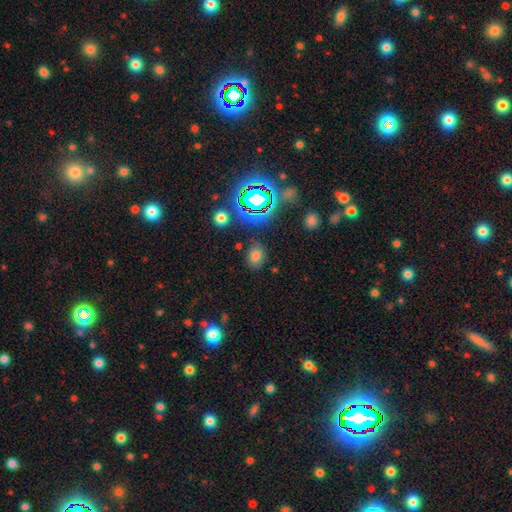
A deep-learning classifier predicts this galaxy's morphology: A smooth galaxy with no disk features (69%) that is in between round and cigar-shaped (65%).

Vote fractions:
- Smooth or featured? smooth: 69% / star or artifact: 23% / featured or disk: 8%
- How rounded? in between: 65% / round: 34% / cigar-shaped: 1%
- Merging? none: 80% / minor disturbance: 12% / major disturbance: 4% / merger: 3%